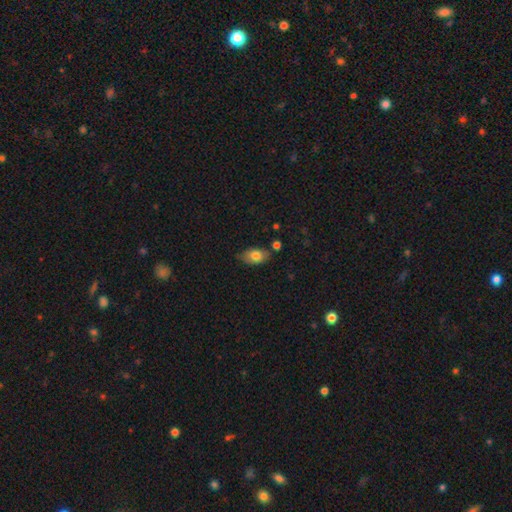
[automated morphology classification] Smooth or featured? smooth (77%)
How rounded? in between (89%)
Merging? none (67%)